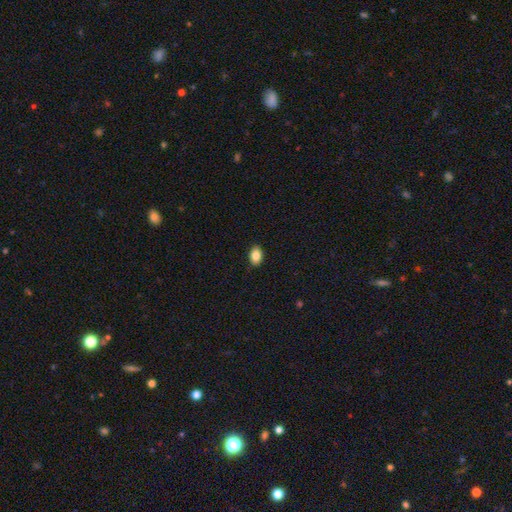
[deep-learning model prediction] This appears to be a smooth galaxy with no disk features (85%) that is in between round and cigar-shaped (83%). Merging: none (89%).